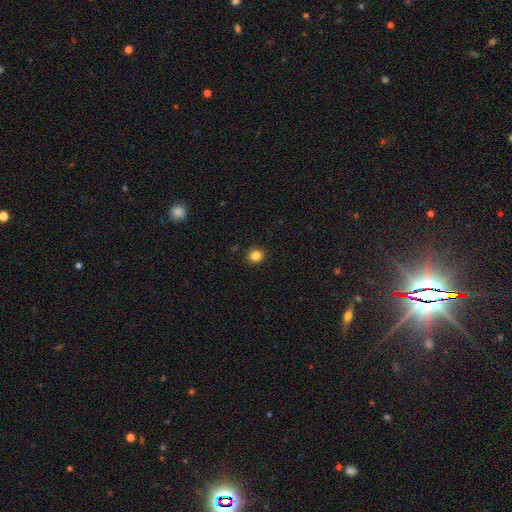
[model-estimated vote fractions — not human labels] Smooth or featured? smooth (84%)
How rounded? round (89%)
Merging? none (92%)